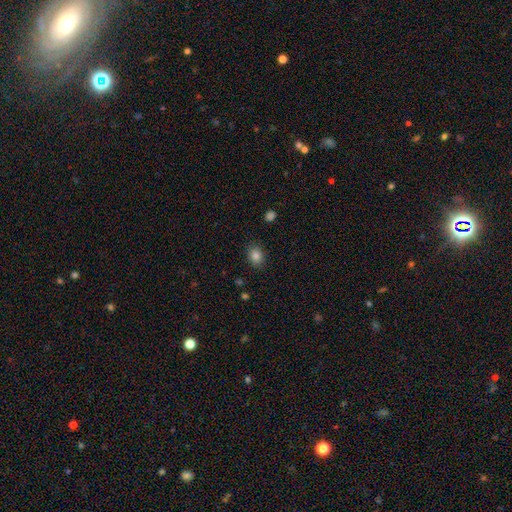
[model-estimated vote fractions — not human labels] This is clearly a smooth galaxy (84%). How rounded: likely in between (61%). Merging: clearly none (86%).